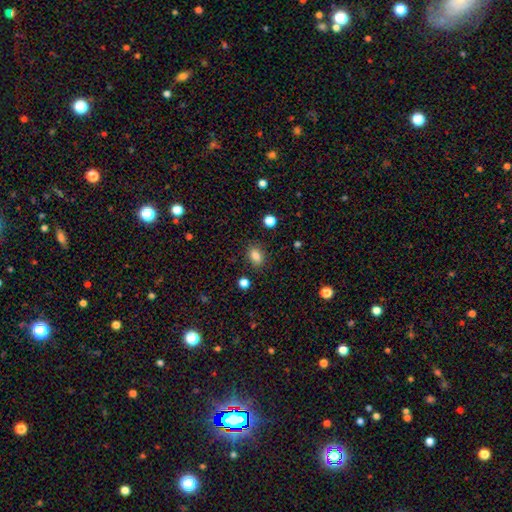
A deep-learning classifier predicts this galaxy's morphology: smooth_or_featured: smooth (p=0.85) [alt: star or artifact p=0.10]
how_rounded: in between (p=0.80) [alt: round p=0.17]
merging: none (p=0.84) [alt: minor disturbance p=0.11]